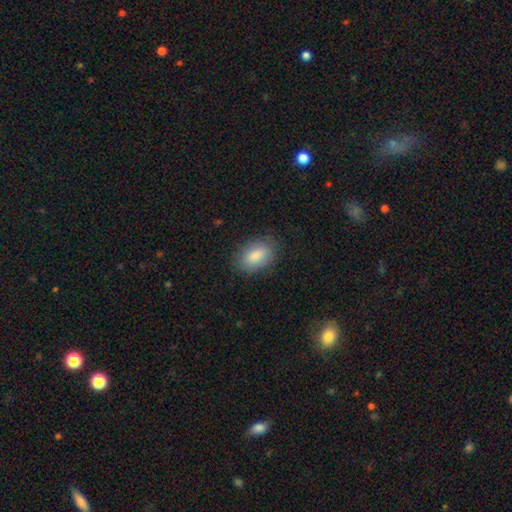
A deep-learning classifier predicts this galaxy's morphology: A smooth galaxy with no disk features (87%) that is in between round and cigar-shaped (89%).

Vote fractions:
- Smooth or featured? smooth: 87% / featured or disk: 7% / star or artifact: 7%
- How rounded? in between: 89% / round: 9% / cigar-shaped: 1%
- Merging? none: 82% / minor disturbance: 13% / major disturbance: 4% / merger: 1%